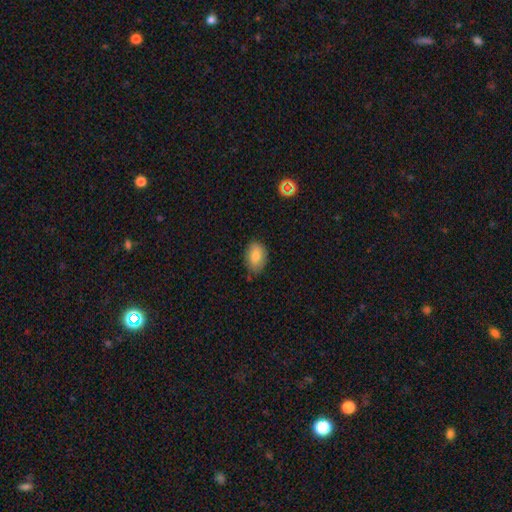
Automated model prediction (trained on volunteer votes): smooth_or_featured: smooth (p=0.81) [alt: featured or disk p=0.11]
how_rounded: in between (p=0.87) [alt: round p=0.12]
merging: none (p=0.74) [alt: minor disturbance p=0.21]